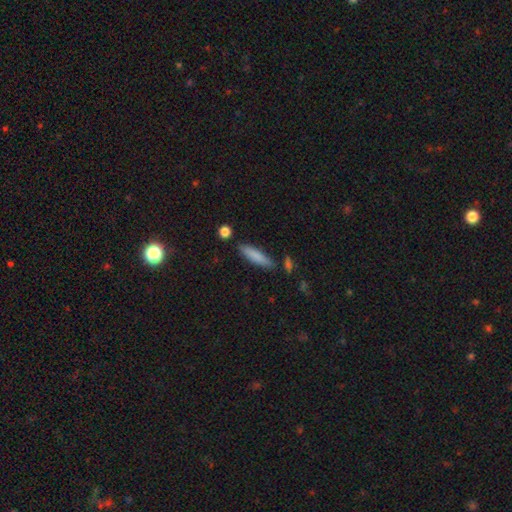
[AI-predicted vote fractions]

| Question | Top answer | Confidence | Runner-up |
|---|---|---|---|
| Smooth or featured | smooth | 81% | featured or disk (13%) |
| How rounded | cigar-shaped | 78% | in between (21%) |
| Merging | none | 81% | minor disturbance (12%) |